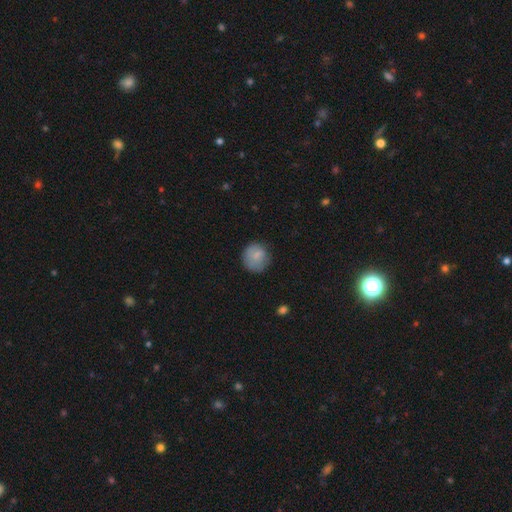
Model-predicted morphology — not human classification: This appears to be a smooth galaxy with no disk features (79%) that is round (86%). Merging: none (71%).